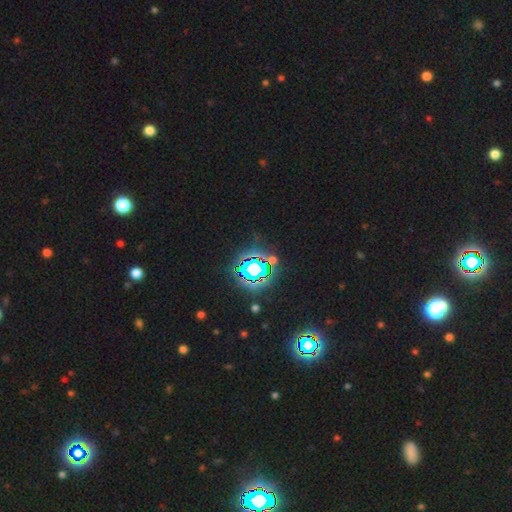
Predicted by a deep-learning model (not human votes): This appears to be a star or artifact, not a galaxy (83%).